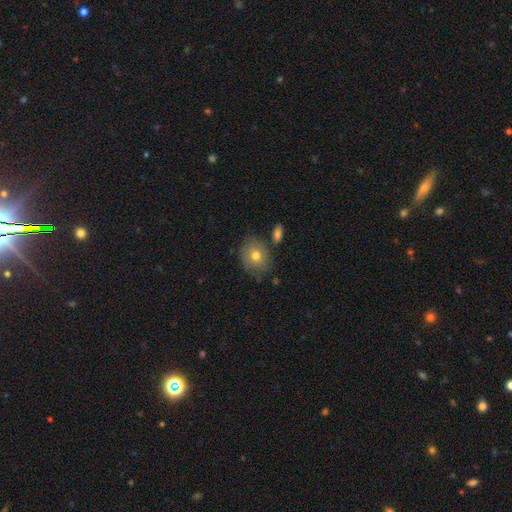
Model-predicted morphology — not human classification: Smooth or featured: smooth — 74% (featured or disk — 18%)
How rounded: round — 57% (in between — 42%)
Merging: none — 74% (minor disturbance — 16%)